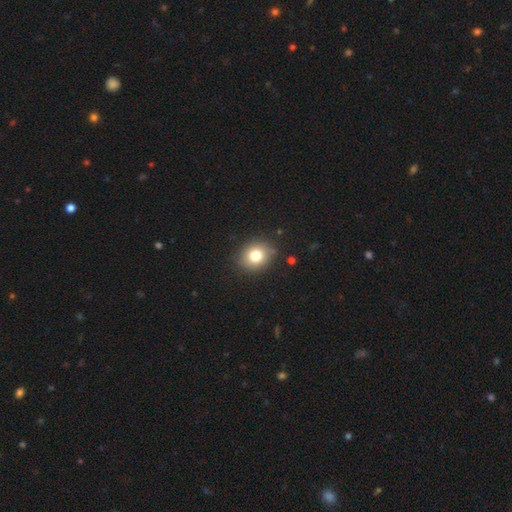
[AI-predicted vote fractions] The model was most divided on "how rounded": round: 68%, in between: 31%, cigar-shaped: 1%. More confident: merging — none (86%); smooth or featured — smooth (78%).